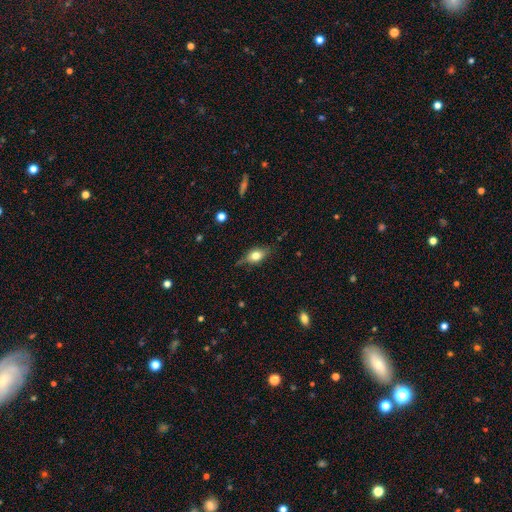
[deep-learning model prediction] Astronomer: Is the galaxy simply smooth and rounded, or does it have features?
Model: smooth — 66%.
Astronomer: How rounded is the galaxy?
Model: in between — 74%.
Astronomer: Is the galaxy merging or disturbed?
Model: none — 66%.